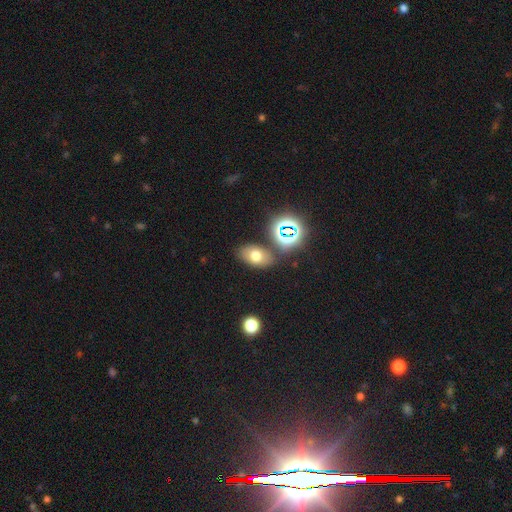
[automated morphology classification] Q: Smooth or featured?
A: smooth (64%); runner-up: star or artifact (20%)
Q: How rounded?
A: in between (83%); runner-up: round (15%)
Q: Merging?
A: none (78%); runner-up: minor disturbance (11%)